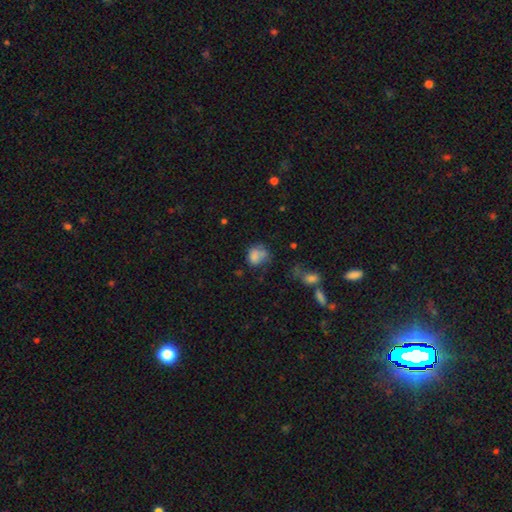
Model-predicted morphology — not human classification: This is likely a smooth galaxy (73%). How rounded: possibly round (51%). Merging: marginally none (40%).